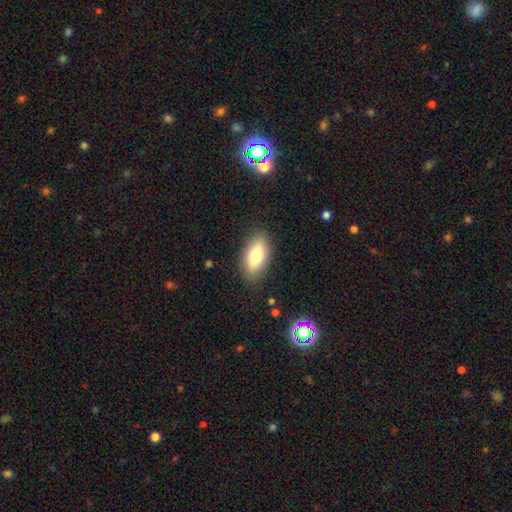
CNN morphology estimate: A smooth galaxy with no disk features (79%) that is in between round and cigar-shaped (89%). Merging: none (85%).